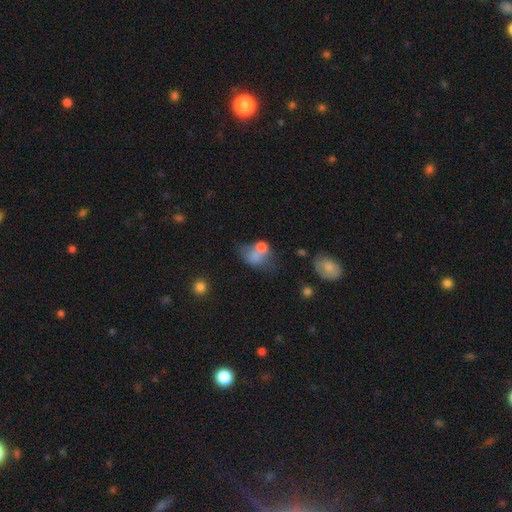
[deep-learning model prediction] Smooth or featured: smooth — 66% (featured or disk — 21%)
How rounded: in between — 63% (round — 35%)
Merging: merger — 38% (none — 24%)